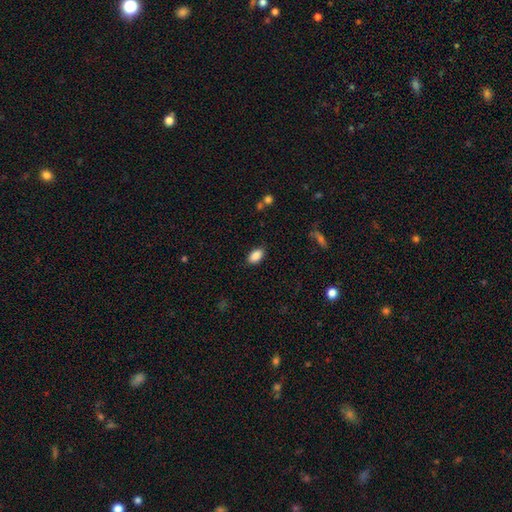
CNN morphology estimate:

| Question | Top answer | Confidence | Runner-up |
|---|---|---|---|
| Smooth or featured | smooth | 88% | star or artifact (8%) |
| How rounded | in between | 91% | round (7%) |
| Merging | none | 86% | minor disturbance (10%) |